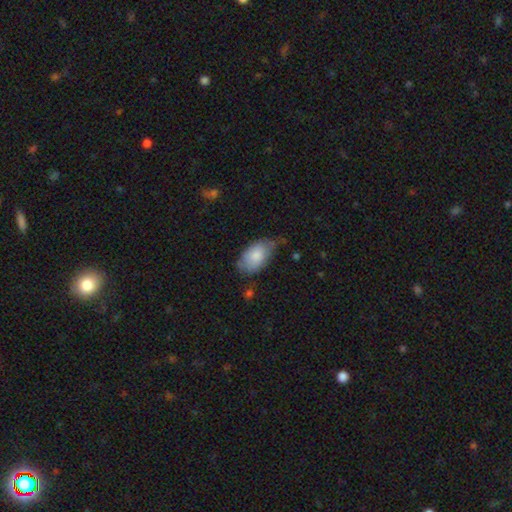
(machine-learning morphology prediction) smooth_or_featured: smooth (p=0.81) [alt: featured or disk p=0.13]
how_rounded: in between (p=0.93) [alt: round p=0.05]
merging: none (p=0.56) [alt: minor disturbance p=0.33]